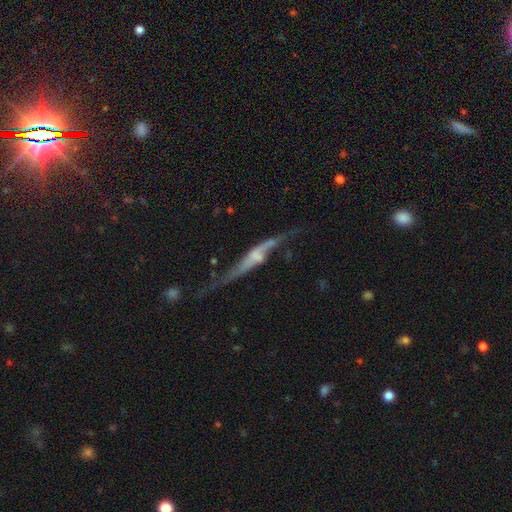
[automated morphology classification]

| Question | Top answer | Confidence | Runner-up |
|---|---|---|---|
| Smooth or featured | featured or disk | 76% | smooth (16%) |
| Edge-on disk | yes | 63% | no (37%) |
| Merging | none | 43% | minor disturbance (24%) |